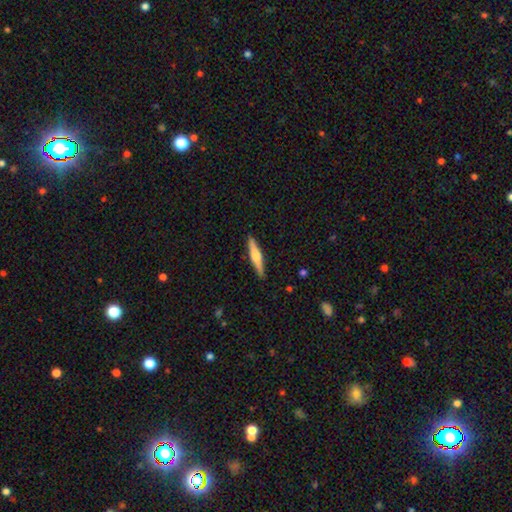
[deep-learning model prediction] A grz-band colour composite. It shows a featured or disk galaxy (53%) viewed edge-on (97%) with a rounded central bulge (81%). Merging: none (90%).